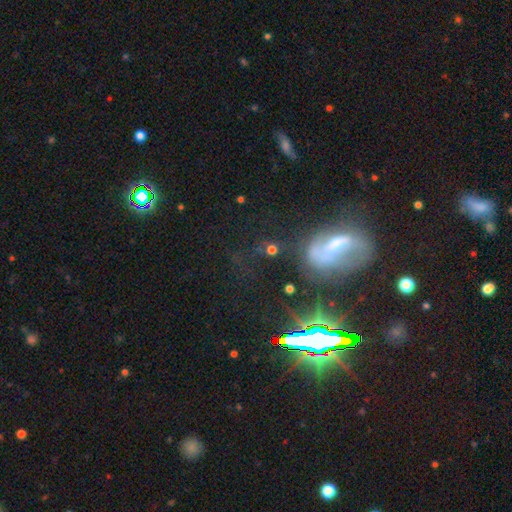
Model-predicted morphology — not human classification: Smooth or featured? Predicted: star or artifact (p=0.45).